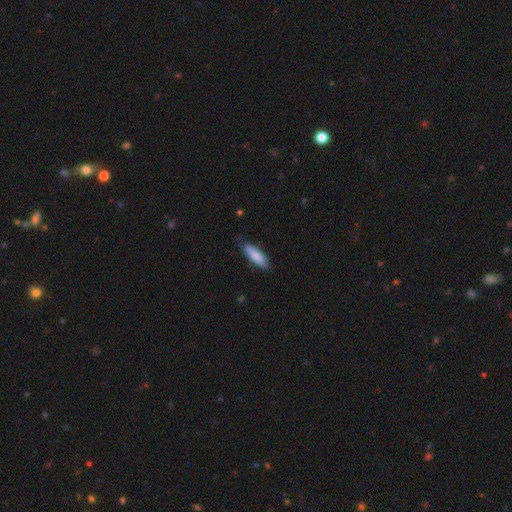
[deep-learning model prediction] Overall: smooth (82%). How rounded: cigar-shaped (50%; in between 48%). Merging: none (75%).